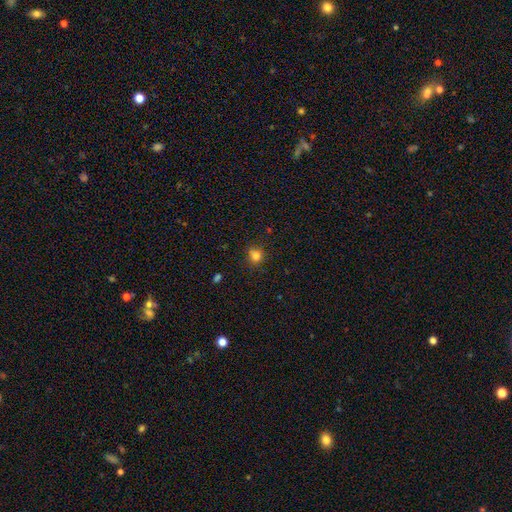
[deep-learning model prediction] smooth_or_featured: smooth (p=0.79) [alt: star or artifact p=0.15]
how_rounded: round (p=0.85) [alt: in between p=0.14]
merging: none (p=0.74) [alt: minor disturbance p=0.15]